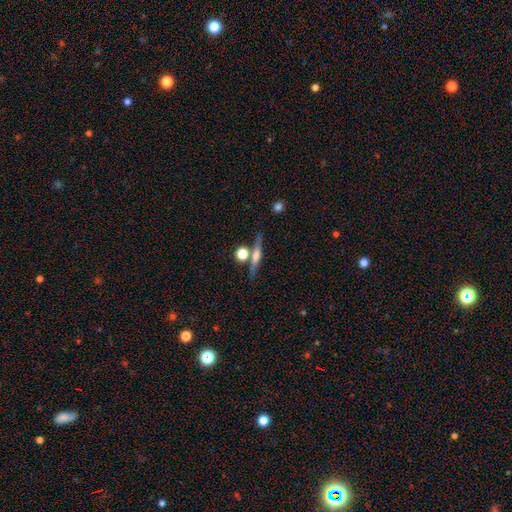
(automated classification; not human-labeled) smooth-or-featured: featured or disk: 47% | smooth: 44% | star or artifact: 8%
  merging: none: 71% | merger: 15% | minor disturbance: 10% | major disturbance: 4%